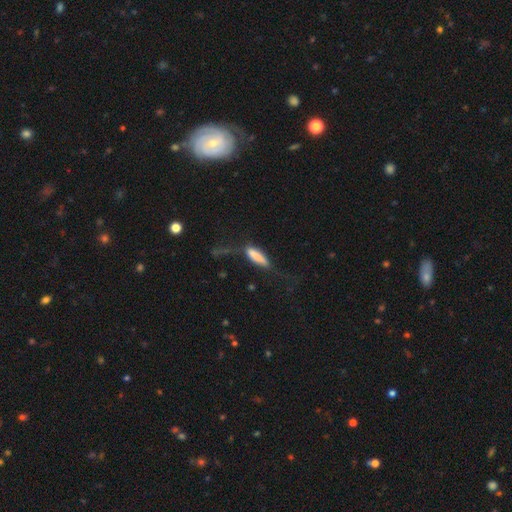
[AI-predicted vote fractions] Smooth or featured?
  - smooth: 78% *
  - featured or disk: 15%
  - star or artifact: 7%
How rounded?
  - cigar-shaped: 61% *
  - in between: 37%
  - round: 3%
Merging?
  - none: 39% *
  - major disturbance: 30%
  - minor disturbance: 26%
  - merger: 5%